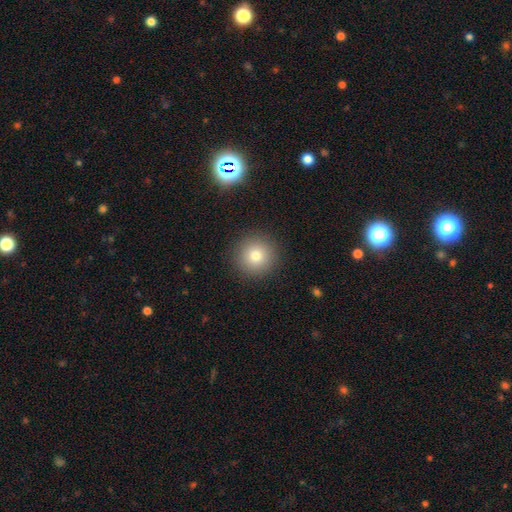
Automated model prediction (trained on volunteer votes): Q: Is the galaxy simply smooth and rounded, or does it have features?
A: smooth — 78%.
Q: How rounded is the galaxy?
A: round — 95%.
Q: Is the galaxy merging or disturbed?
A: none — 91%.